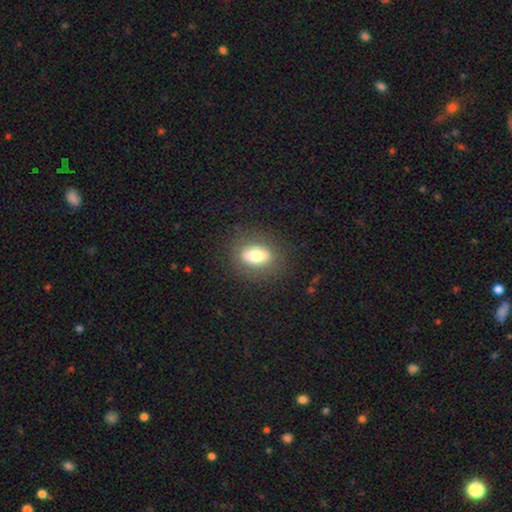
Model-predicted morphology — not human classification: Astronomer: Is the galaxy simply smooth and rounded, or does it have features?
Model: smooth — 66%.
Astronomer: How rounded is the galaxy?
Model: in between — 73%.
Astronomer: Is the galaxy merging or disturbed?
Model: none — 84%.